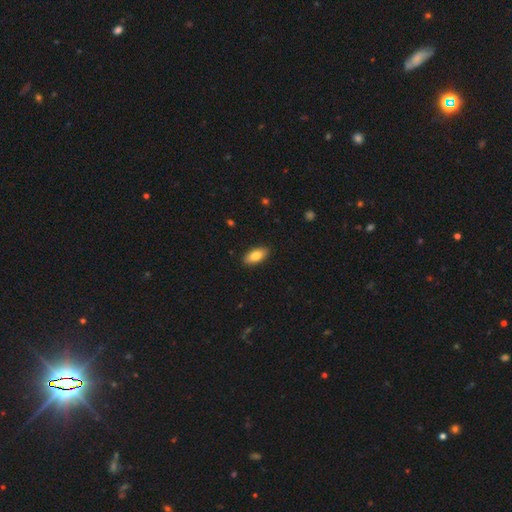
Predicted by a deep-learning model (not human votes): The model was most divided on "smooth or featured": smooth: 82%, featured or disk: 12%, star or artifact: 6%. More confident: merging — none (90%); how rounded — in between (88%).